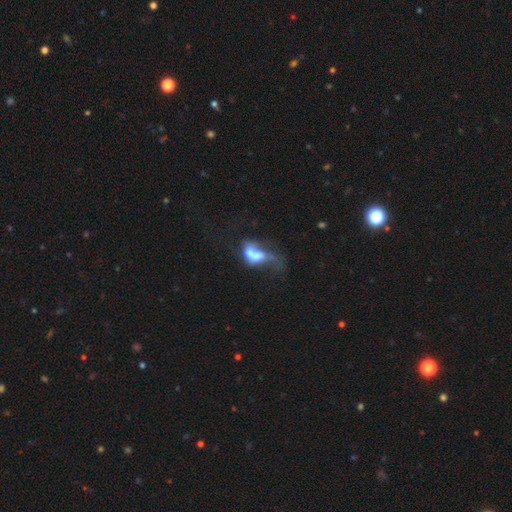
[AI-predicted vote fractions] Q: Smooth or featured?
A: smooth (50%); runner-up: featured or disk (40%)
Q: How rounded?
A: in between (70%); runner-up: round (25%)
Q: Merging?
A: merger (68%); runner-up: major disturbance (17%)